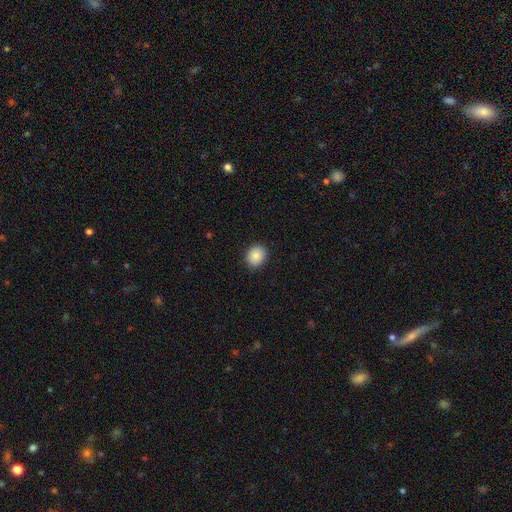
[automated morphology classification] Smooth or featured? smooth (83%)
How rounded? round (68%)
Merging? none (90%)